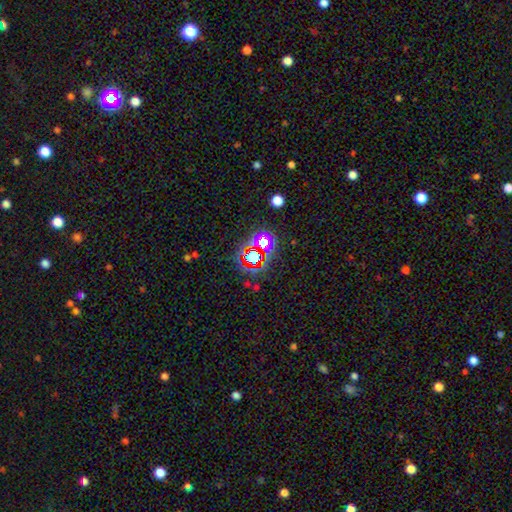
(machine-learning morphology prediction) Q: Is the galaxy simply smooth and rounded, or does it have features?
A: star or artifact — 70%.